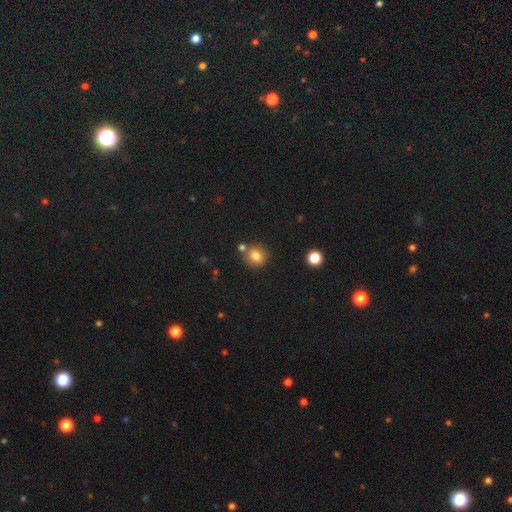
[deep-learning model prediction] This appears to be a smooth galaxy with no disk features (81%) that is round (81%). Merging: none (75%).